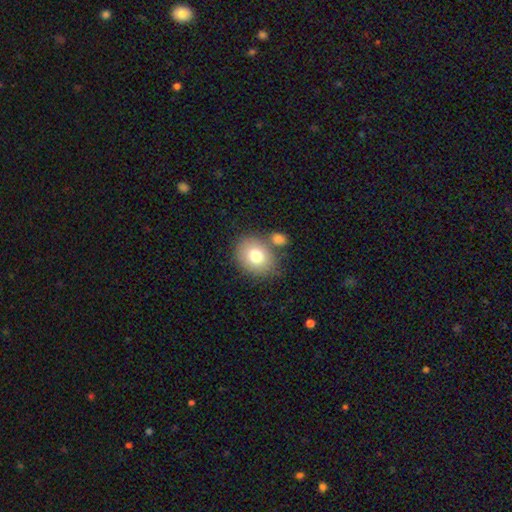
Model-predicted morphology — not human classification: smooth 76%, featured or disk 14%, star or artifact 10%. Down the decision tree: how rounded — round (56%); merging — none (66%).